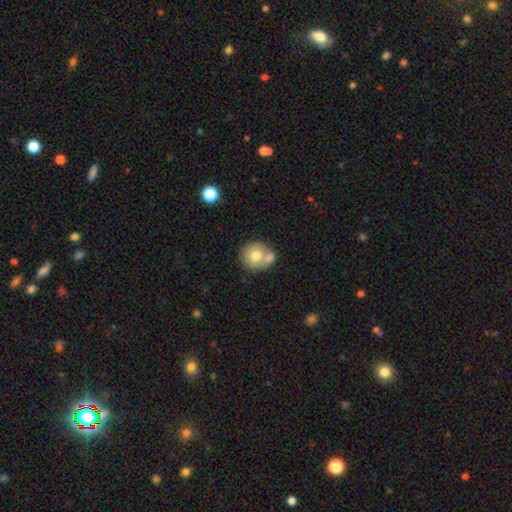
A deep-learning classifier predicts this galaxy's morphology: Smooth or featured: smooth — 71% (featured or disk — 21%)
How rounded: round — 85% (in between — 14%)
Merging: none — 47% (merger — 39%)